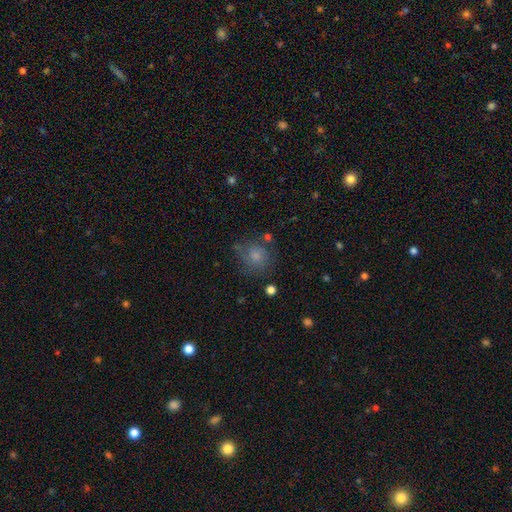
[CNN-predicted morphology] Smooth or featured? Predicted: smooth (p=0.70). How rounded? Predicted: round (p=0.82). Merging? Predicted: none (p=0.66).